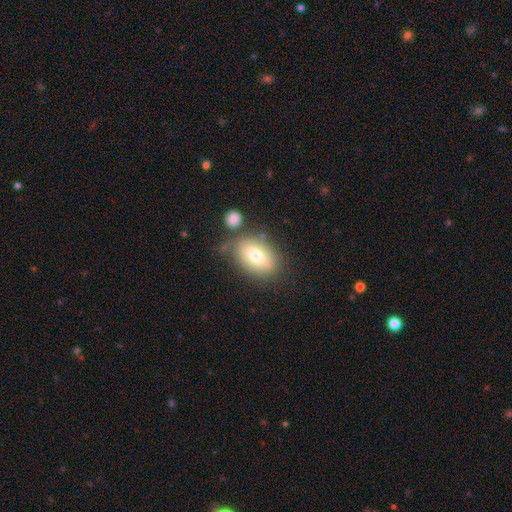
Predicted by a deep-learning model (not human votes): smooth_or_featured: smooth (p=0.74) [alt: featured or disk p=0.18]
how_rounded: in between (p=0.85) [alt: round p=0.13]
merging: none (p=0.67) [alt: minor disturbance p=0.17]